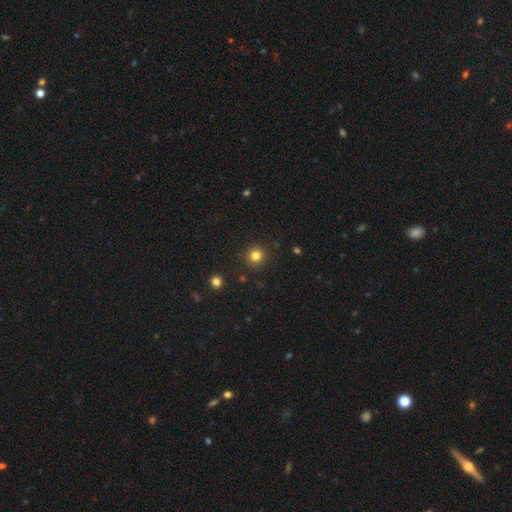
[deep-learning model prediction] Overall: smooth (81%). How rounded: round (94%). Merging: none (89%).